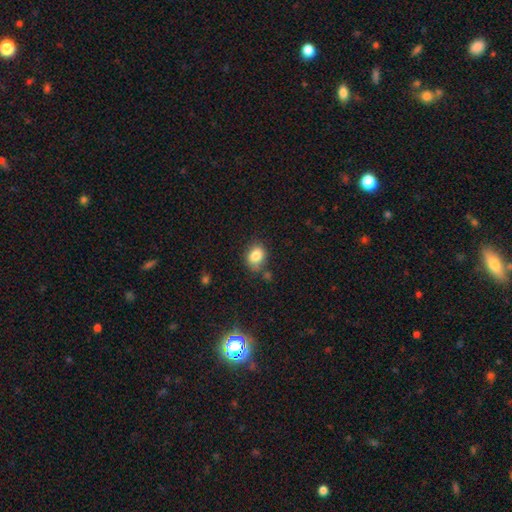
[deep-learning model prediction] Smooth or featured?
  - smooth: 83% *
  - star or artifact: 10%
  - featured or disk: 7%
How rounded?
  - in between: 55% *
  - round: 44%
  - cigar-shaped: 1%
Merging?
  - none: 70% *
  - minor disturbance: 19%
  - merger: 6%
  - major disturbance: 5%